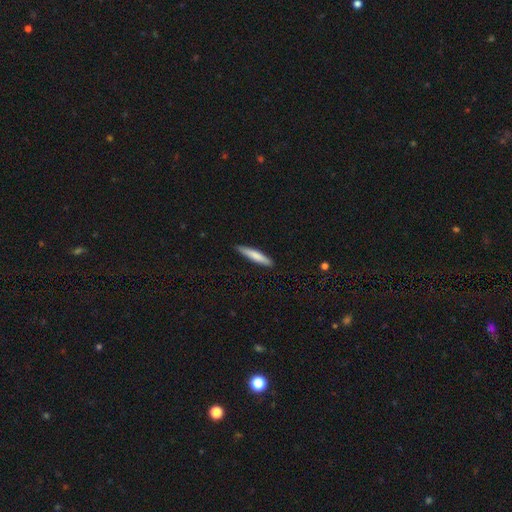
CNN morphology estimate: type=smooth (77%); roundness=cigar-shaped (91%); merging=none (89%).